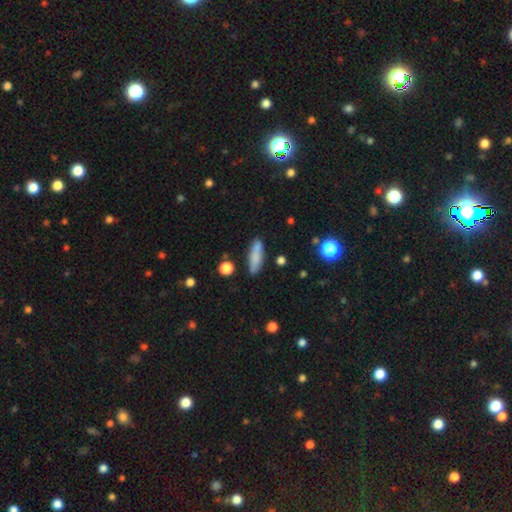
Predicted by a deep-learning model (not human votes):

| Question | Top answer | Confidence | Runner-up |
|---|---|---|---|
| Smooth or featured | smooth | 81% | featured or disk (12%) |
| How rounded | cigar-shaped | 57% | in between (40%) |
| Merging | none | 78% | minor disturbance (14%) |